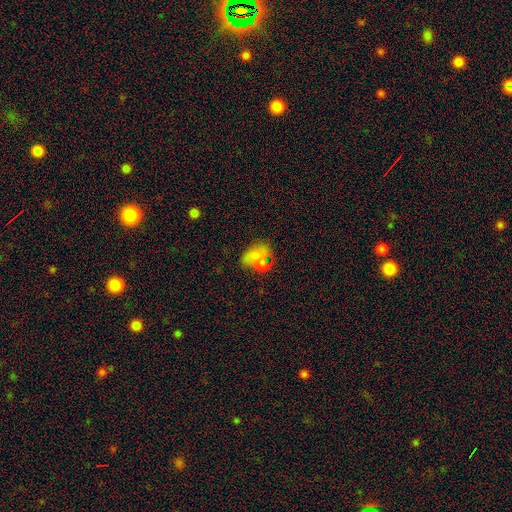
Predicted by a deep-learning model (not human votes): Q: Smooth or featured?
A: smooth (57%); runner-up: featured or disk (30%)
Q: How rounded?
A: in between (62%); runner-up: round (36%)
Q: Merging?
A: merger (43%); runner-up: none (25%)